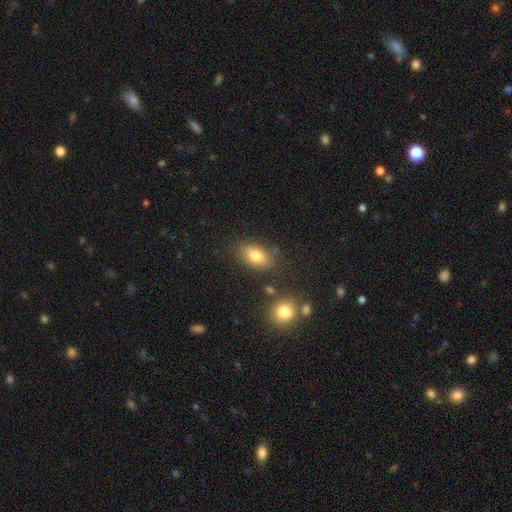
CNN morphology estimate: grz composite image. It shows a smooth galaxy with no disk features (81%) that is in between round and cigar-shaped (86%). Merging: none (76%).